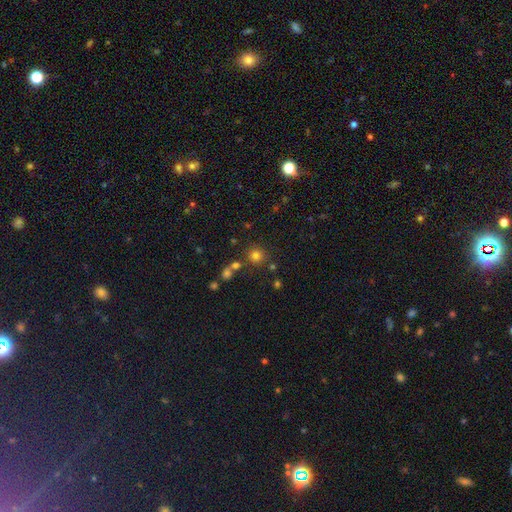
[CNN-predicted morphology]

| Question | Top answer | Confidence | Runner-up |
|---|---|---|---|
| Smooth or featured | smooth | 75% | star or artifact (18%) |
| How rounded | round | 92% | in between (7%) |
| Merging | none | 79% | merger (10%) |